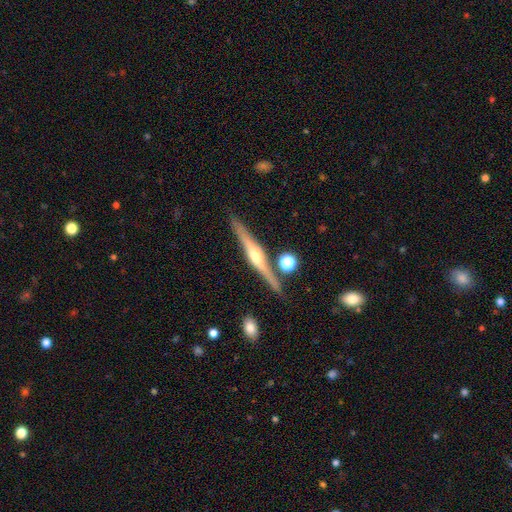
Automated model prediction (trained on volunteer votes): A featured or disk galaxy (77%) viewed edge-on (97%) with a rounded central bulge (85%).

Vote fractions:
- Smooth or featured? featured or disk: 77% / smooth: 17% / star or artifact: 6%
- Edge-on disk? yes: 97% / no: 3%
- Edge-on bulge? rounded: 85% / boxy: 9% / none: 6%
- Merging? none: 84% / minor disturbance: 9% / merger: 5% / major disturbance: 2%